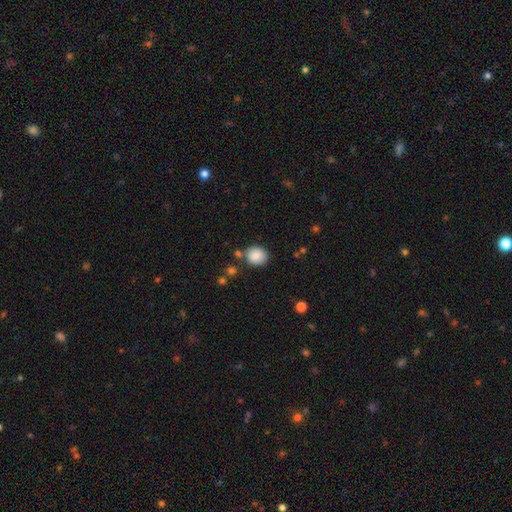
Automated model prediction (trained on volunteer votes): smooth_or_featured: smooth (p=0.86) [alt: star or artifact p=0.08]
how_rounded: round (p=0.76) [alt: in between p=0.23]
merging: none (p=0.77) [alt: minor disturbance p=0.12]